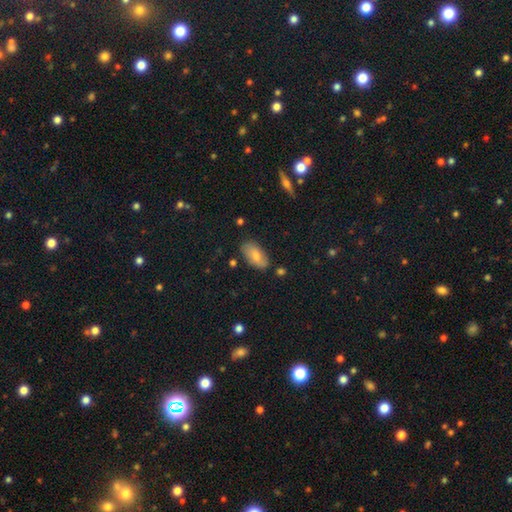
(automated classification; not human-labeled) The model was most divided on "smooth or featured": smooth: 76%, featured or disk: 17%, star or artifact: 7%. More confident: how rounded — in between (92%); merging — none (80%).